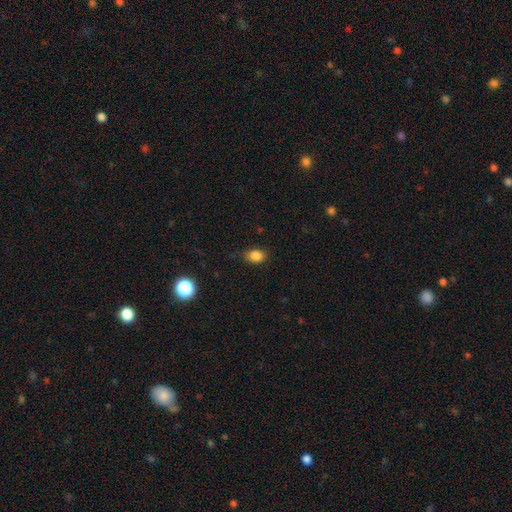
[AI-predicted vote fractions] Smooth or featured? smooth (84%)
How rounded? in between (67%)
Merging? none (74%)